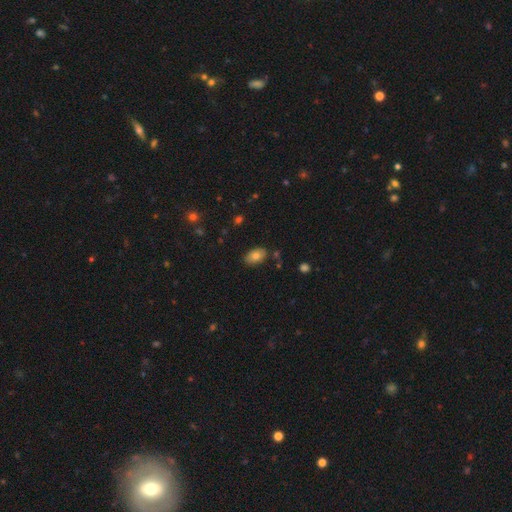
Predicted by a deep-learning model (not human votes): Q: Smooth or featured?
A: smooth (78%); runner-up: featured or disk (13%)
Q: How rounded?
A: in between (91%); runner-up: round (8%)
Q: Merging?
A: none (83%); runner-up: minor disturbance (12%)